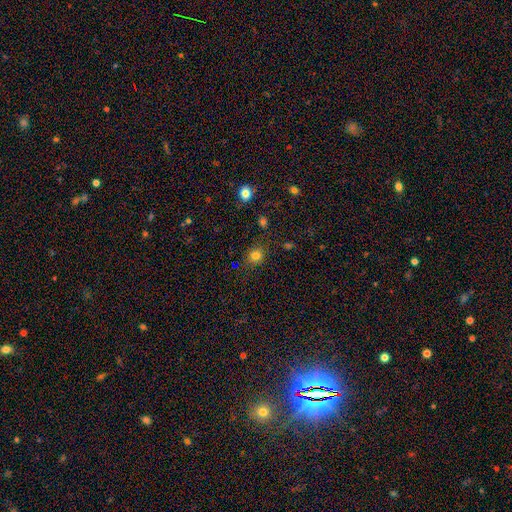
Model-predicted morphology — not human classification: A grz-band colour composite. It shows a smooth galaxy with no disk features (79%) that is round (75%). Merging: none (83%).